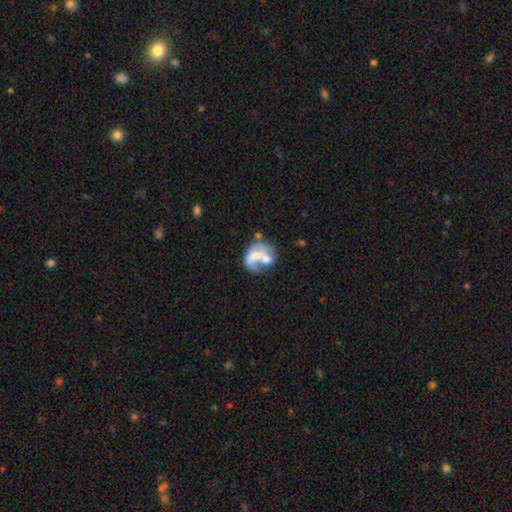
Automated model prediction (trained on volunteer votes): A featured or disk galaxy (50%).

Vote fractions:
- Smooth or featured? featured or disk: 50% / smooth: 42% / star or artifact: 9%
- Merging? merger: 39% / major disturbance: 24% / none: 23% / minor disturbance: 14%